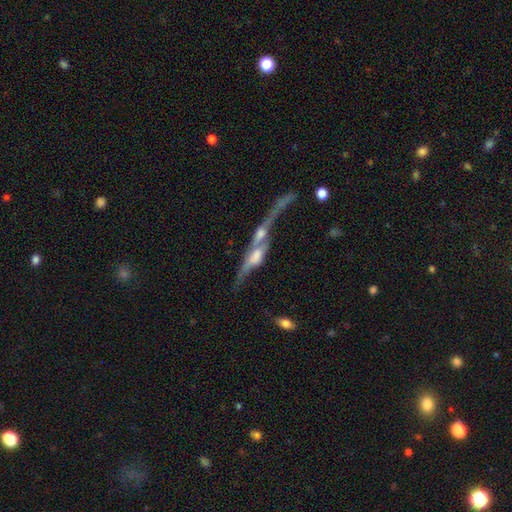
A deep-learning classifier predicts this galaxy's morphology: This appears to be a featured or disk galaxy (68%) viewed edge-on (73%). Merging: merger (55%).